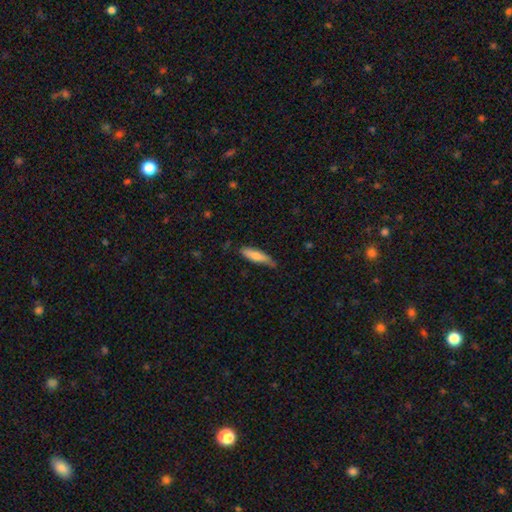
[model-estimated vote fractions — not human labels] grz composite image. It shows a smooth galaxy with no disk features (76%) that is cigar-shaped (72%). Merging: none (66%).